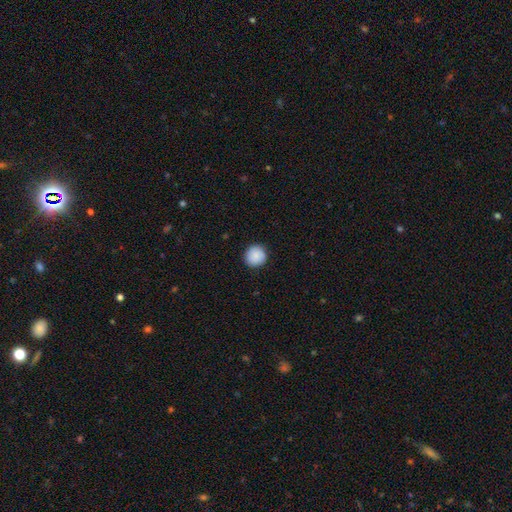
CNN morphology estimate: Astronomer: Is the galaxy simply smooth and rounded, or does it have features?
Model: smooth — 89%.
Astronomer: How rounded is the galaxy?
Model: round — 93%.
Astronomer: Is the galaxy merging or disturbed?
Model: none — 90%.